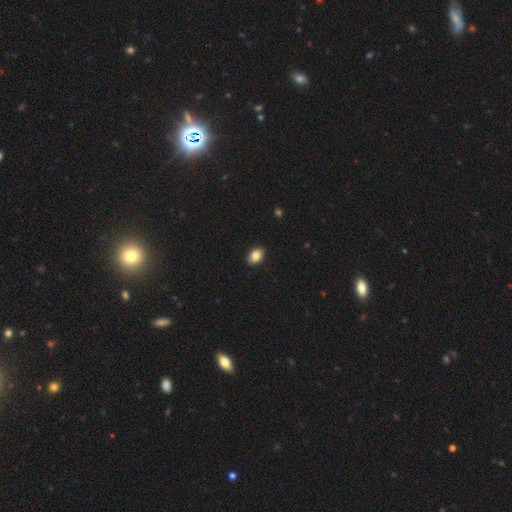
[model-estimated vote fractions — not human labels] Q: Smooth or featured?
A: smooth (86%); runner-up: star or artifact (8%)
Q: How rounded?
A: in between (84%); runner-up: round (15%)
Q: Merging?
A: none (91%); runner-up: minor disturbance (7%)